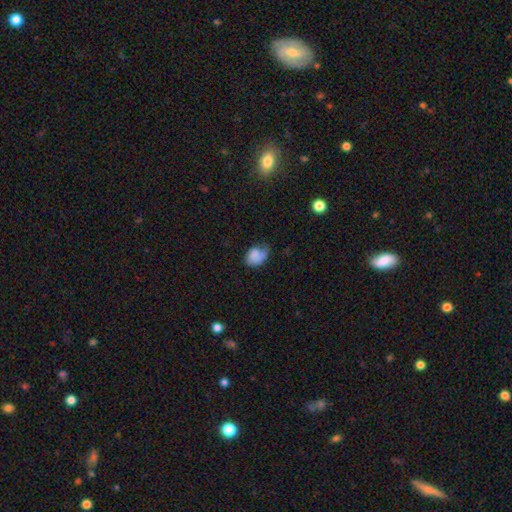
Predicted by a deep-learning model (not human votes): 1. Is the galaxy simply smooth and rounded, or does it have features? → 69% smooth, 21% featured or disk, 10% star or artifact.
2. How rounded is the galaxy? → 75% in between, 24% round, 1% cigar-shaped.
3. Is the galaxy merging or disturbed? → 38% none, 32% minor disturbance, 25% major disturbance, 5% merger.